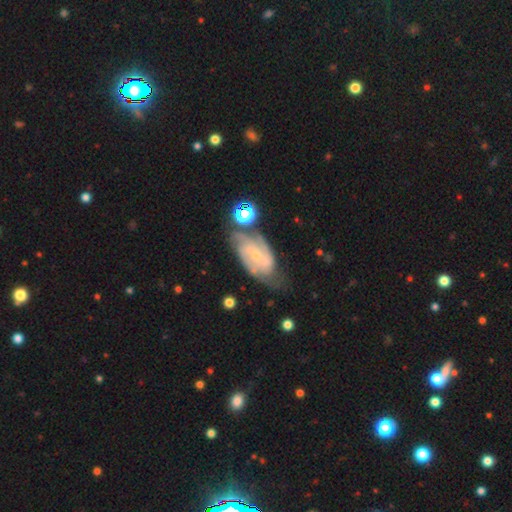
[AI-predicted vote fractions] This appears to be a featured or disk galaxy (83%) with no bar (43%), 2 (46%) tight (45%) spiral arms (96%) and a small central bulge (74%). Merging: none (58%).